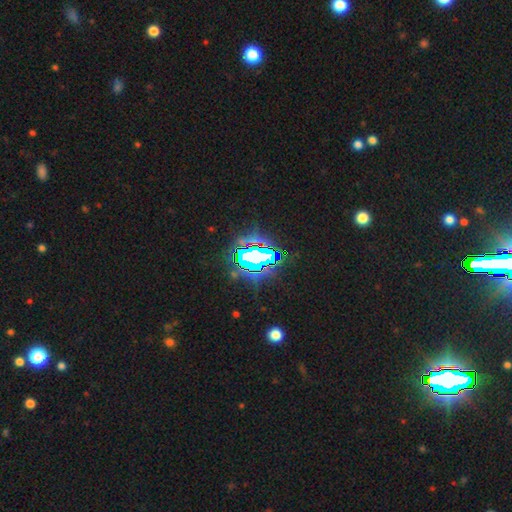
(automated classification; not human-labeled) smooth_or_featured: star or artifact (p=0.73) [alt: featured or disk p=0.14]